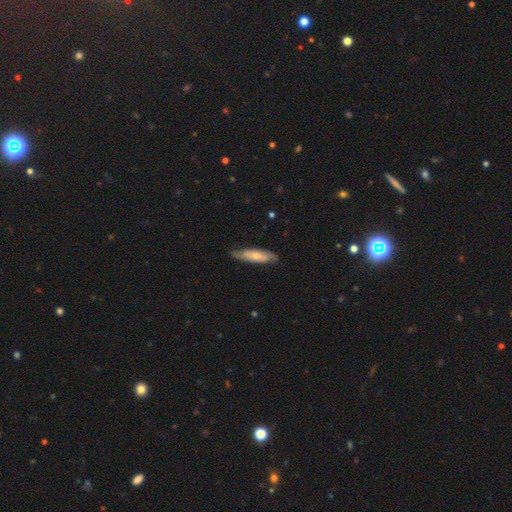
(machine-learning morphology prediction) A smooth galaxy with no disk features (56%) that is cigar-shaped (74%).

Vote fractions:
- Smooth or featured? smooth: 56% / featured or disk: 38% / star or artifact: 5%
- How rounded? cigar-shaped: 74% / in between: 24% / round: 1%
- Merging? none: 78% / minor disturbance: 18% / major disturbance: 3% / merger: 1%